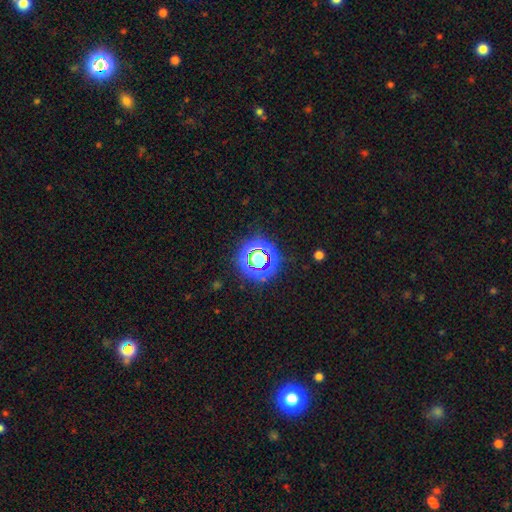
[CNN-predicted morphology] A star or artifact, not a galaxy (59%).

Vote fractions:
- Smooth or featured? star or artifact: 59% / smooth: 30% / featured or disk: 12%